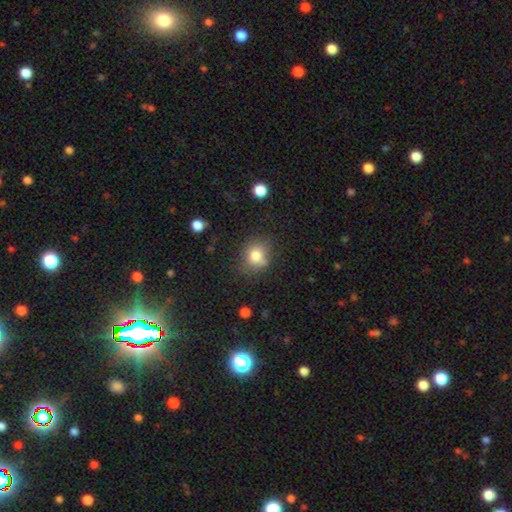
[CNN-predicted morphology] Smooth or featured? smooth (78%)
How rounded? round (66%)
Merging? none (68%)